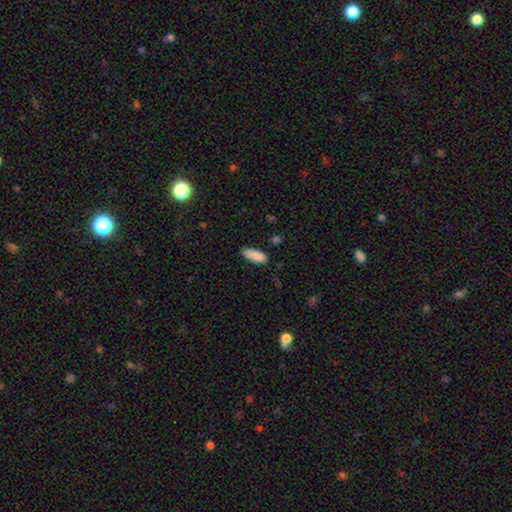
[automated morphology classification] smooth-or-featured: smooth: 89% | star or artifact: 7% | featured or disk: 5%
  how-rounded: in between: 73% | cigar-shaped: 25% | round: 2%
  merging: none: 82% | minor disturbance: 14% | major disturbance: 3% | merger: 2%